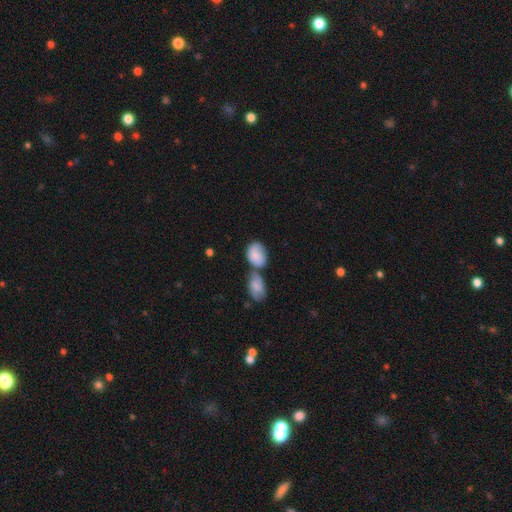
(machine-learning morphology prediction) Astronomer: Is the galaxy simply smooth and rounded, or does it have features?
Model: smooth — 79%.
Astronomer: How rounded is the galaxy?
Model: in between — 77%.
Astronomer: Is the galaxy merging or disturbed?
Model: merger — 53%.